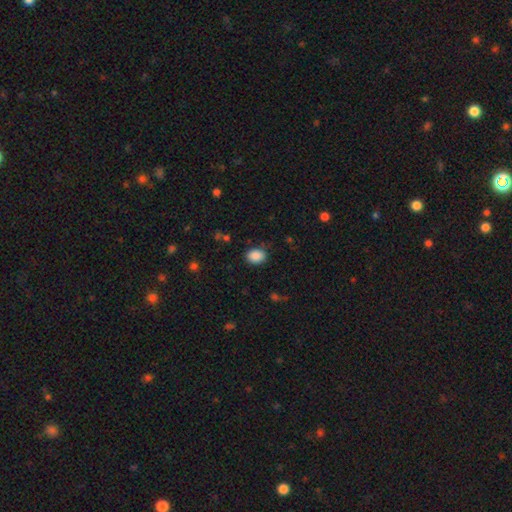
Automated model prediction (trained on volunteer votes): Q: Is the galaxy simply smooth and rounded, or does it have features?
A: smooth — 88%.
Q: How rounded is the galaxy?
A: in between — 66%.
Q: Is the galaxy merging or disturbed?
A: none — 86%.